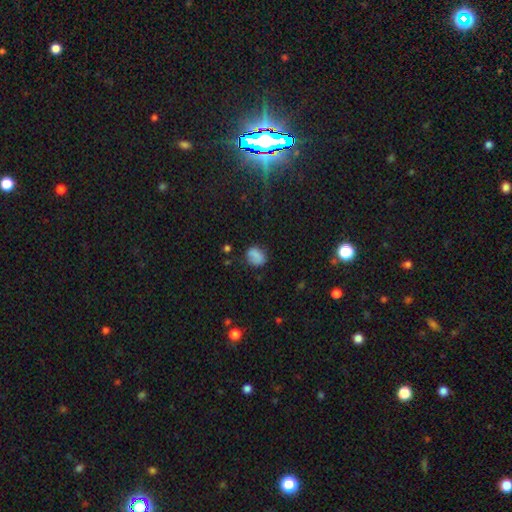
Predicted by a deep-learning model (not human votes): A smooth galaxy with no disk features (81%) that is in between round and cigar-shaped (57%). Merging: none (72%).